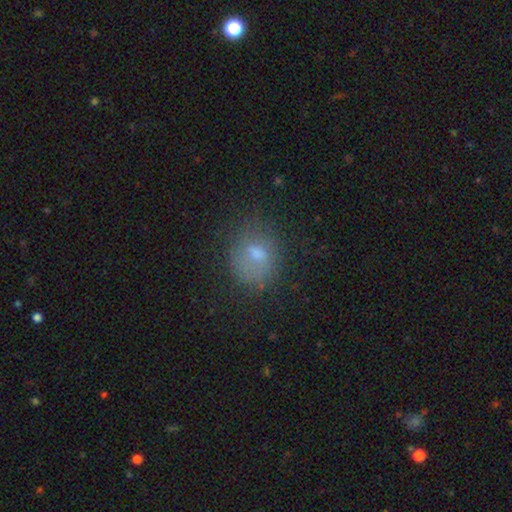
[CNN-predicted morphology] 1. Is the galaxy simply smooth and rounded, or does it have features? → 65% smooth, 21% featured or disk, 14% star or artifact.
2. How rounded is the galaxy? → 59% round, 40% in between, 1% cigar-shaped.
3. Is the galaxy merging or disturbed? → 56% none, 24% minor disturbance, 15% major disturbance, 5% merger.